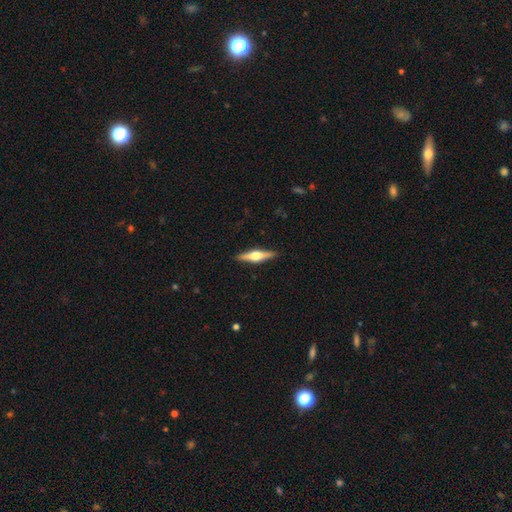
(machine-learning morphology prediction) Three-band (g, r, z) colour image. It shows a featured or disk galaxy (73%) viewed edge-on (98%) with a rounded central bulge (94%). Merging: none (91%).